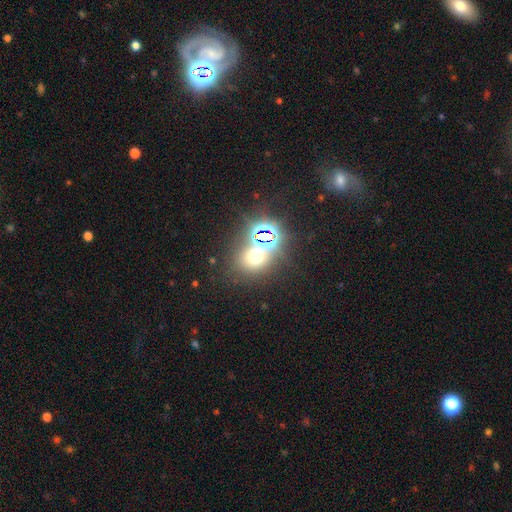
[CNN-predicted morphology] smooth 45%, star or artifact 44%, featured or disk 11%. Down the decision tree: merging — none (62%).